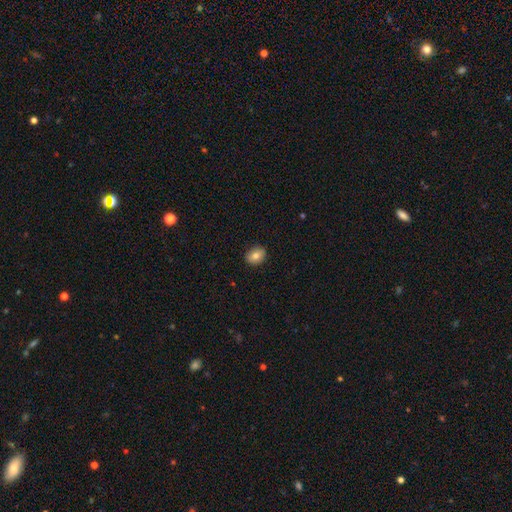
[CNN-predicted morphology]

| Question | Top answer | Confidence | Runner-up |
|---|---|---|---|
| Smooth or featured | smooth | 81% | featured or disk (11%) |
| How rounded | in between | 66% | round (33%) |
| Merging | none | 89% | minor disturbance (8%) |